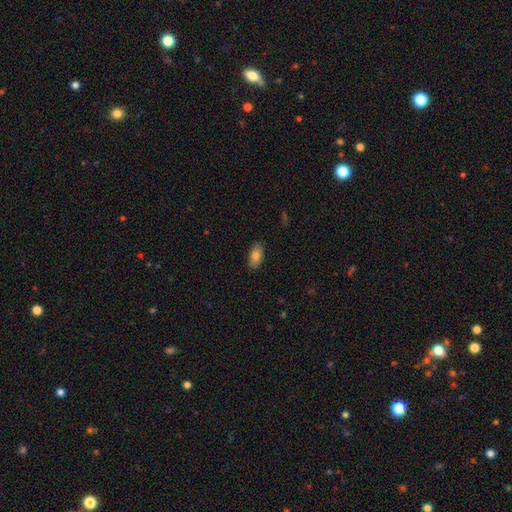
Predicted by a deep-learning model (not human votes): smooth 84%, featured or disk 9%, star or artifact 7%. Down the decision tree: how rounded — in between (93%); merging — none (87%).